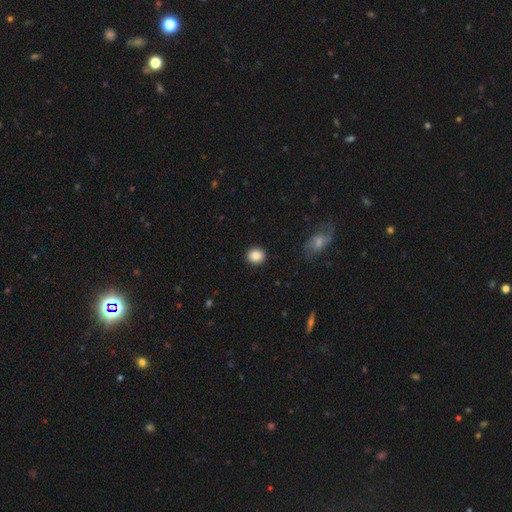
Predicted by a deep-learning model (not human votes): A smooth galaxy with no disk features (88%) that is round (81%). Merging: none (90%).